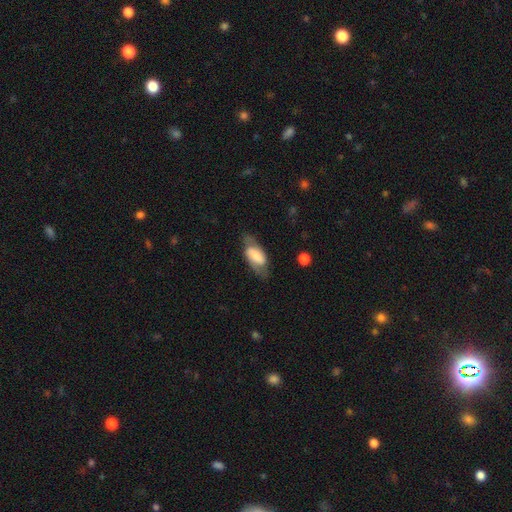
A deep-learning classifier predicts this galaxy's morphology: This is possibly a smooth galaxy (49%). Merging: likely none (63%).